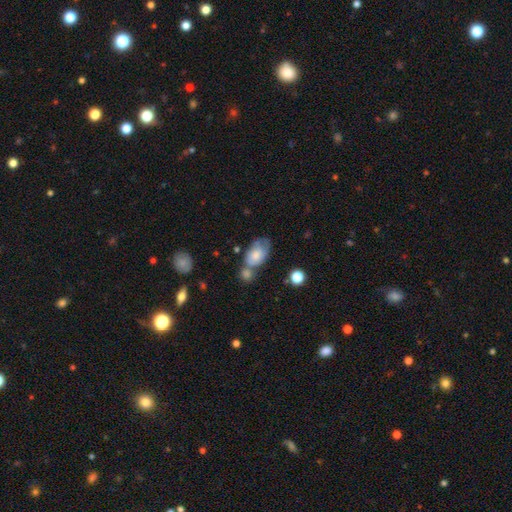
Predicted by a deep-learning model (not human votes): Smooth or featured? Predicted: smooth (p=0.68). How rounded? Predicted: in between (p=0.90). Merging? Predicted: merger (p=0.36).